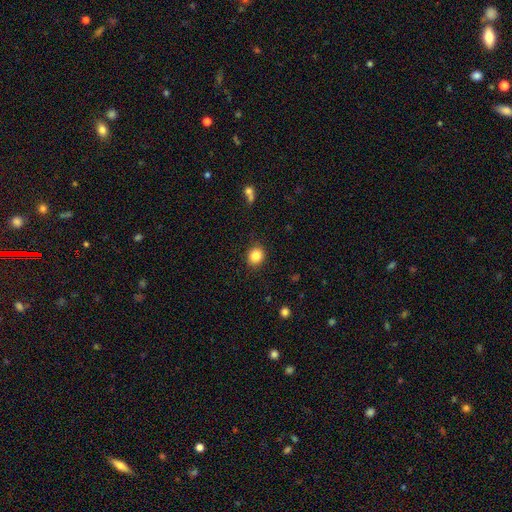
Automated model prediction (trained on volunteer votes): The model was most divided on "how rounded": round: 80%, in between: 19%, cigar-shaped: 1%. More confident: merging — none (88%); smooth or featured — smooth (85%).